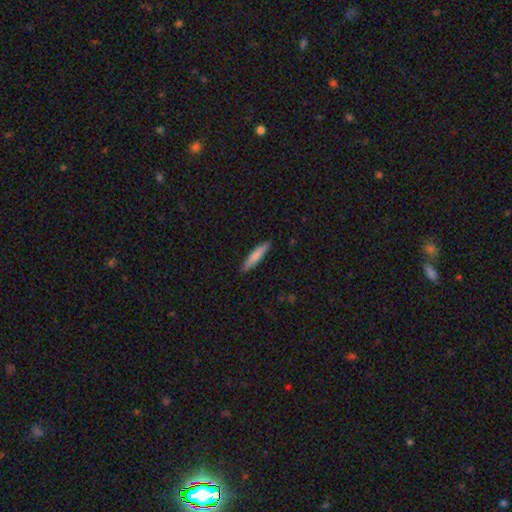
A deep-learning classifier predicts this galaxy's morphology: Smooth or featured: smooth — 81% (featured or disk — 13%)
How rounded: cigar-shaped — 85% (in between — 14%)
Merging: none — 89% (minor disturbance — 9%)